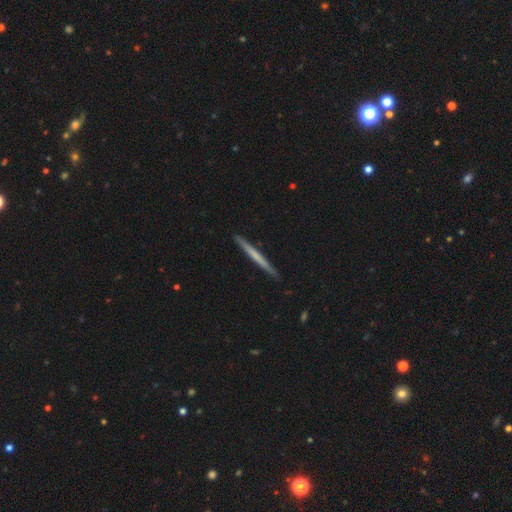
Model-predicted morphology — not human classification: type=smooth (50%); roundness=cigar-shaped (97%); merging=none (92%).